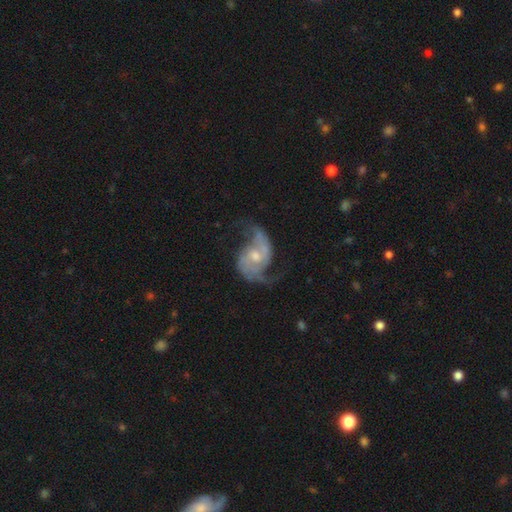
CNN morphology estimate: A featured or disk galaxy (87%) with no bar (53%), 2 (90%) loose (47%) spiral arms (96%) and a moderate central bulge (53%). Merging: none (63%).